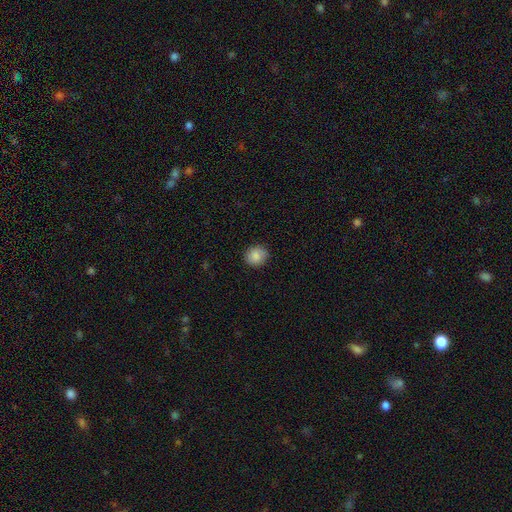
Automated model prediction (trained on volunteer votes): The model was most divided on "how rounded": round: 79%, in between: 20%, cigar-shaped: 1%. More confident: merging — none (88%); smooth or featured — smooth (87%).